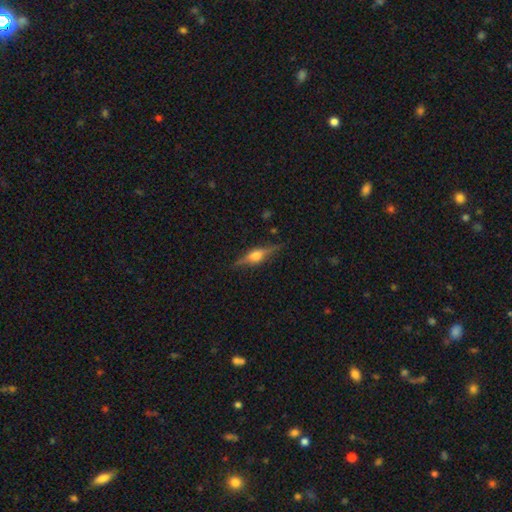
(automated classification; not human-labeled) A featured or disk galaxy (76%) viewed edge-on (97%) with a rounded central bulge (93%).

Vote fractions:
- Smooth or featured? featured or disk: 76% / smooth: 17% / star or artifact: 7%
- Edge-on disk? yes: 97% / no: 3%
- Edge-on bulge? rounded: 93% / boxy: 6% / none: 2%
- Merging? none: 86% / minor disturbance: 10% / major disturbance: 2% / merger: 1%